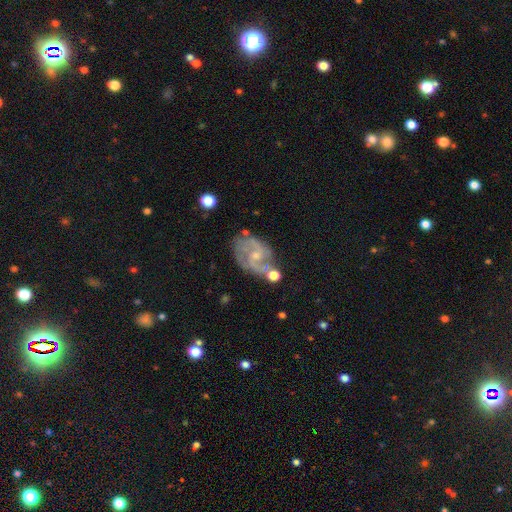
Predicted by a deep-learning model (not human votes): Smooth or featured? featured or disk (80%)
Edge-on disk? no (97%)
Bar? no (51%)
Spiral arms? yes (90%)
Spiral winding? medium (48%)
Spiral arm count? 2 (61%)
Bulge size? small (67%)
Merging? none (55%)